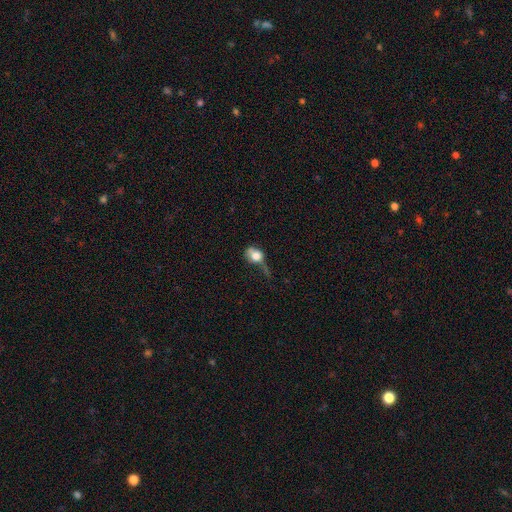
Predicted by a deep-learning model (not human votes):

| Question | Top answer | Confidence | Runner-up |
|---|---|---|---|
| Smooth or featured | smooth | 67% | featured or disk (23%) |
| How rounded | in between | 50% | round (47%) |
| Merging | major disturbance | 42% | minor disturbance (26%) |